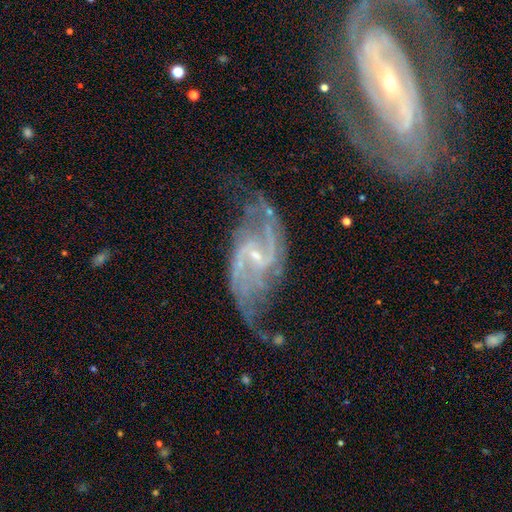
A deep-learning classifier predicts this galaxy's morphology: type=featured or disk (90%); edge-on=no (97%); bar=weak (49%); spiral arms=yes (97%); winding=loose (49%); arm count=2 (85%); bulge=small (78%); merging=none (59%).